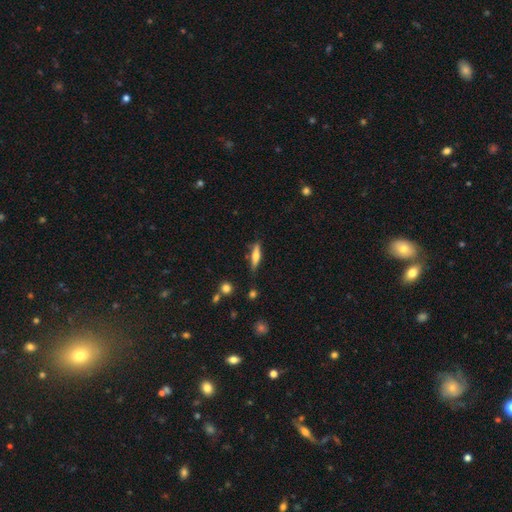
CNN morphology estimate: Q: Smooth or featured?
A: smooth (54%); runner-up: featured or disk (40%)
Q: How rounded?
A: cigar-shaped (74%); runner-up: in between (24%)
Q: Merging?
A: none (78%); runner-up: minor disturbance (15%)